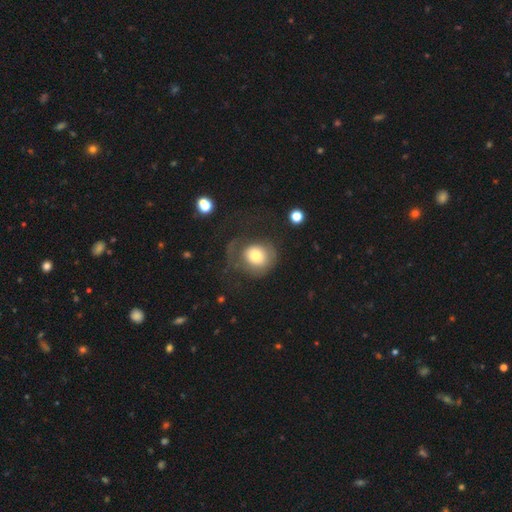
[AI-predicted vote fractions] Q: Smooth or featured?
A: smooth (67%); runner-up: featured or disk (25%)
Q: How rounded?
A: round (76%); runner-up: in between (23%)
Q: Merging?
A: major disturbance (41%); runner-up: none (39%)